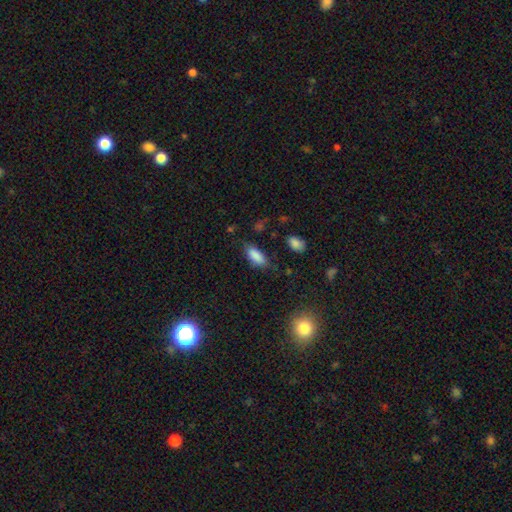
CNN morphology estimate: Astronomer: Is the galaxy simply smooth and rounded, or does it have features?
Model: smooth — 86%.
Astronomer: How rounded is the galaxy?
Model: in between — 82%.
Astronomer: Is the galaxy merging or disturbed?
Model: none — 71%.